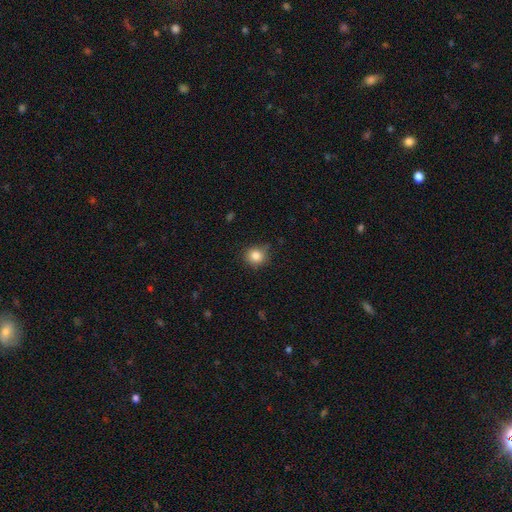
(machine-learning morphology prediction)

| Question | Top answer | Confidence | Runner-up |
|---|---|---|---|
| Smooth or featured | smooth | 84% | star or artifact (11%) |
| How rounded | round | 87% | in between (12%) |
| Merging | none | 78% | minor disturbance (17%) |